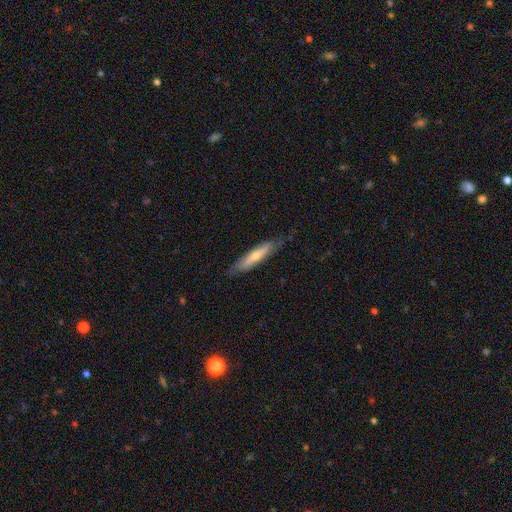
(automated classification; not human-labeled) Smooth or featured? featured or disk (48%)
Merging? none (74%)